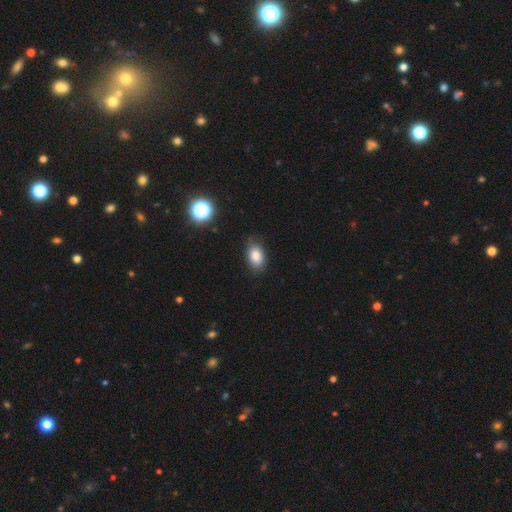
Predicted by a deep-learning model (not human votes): A smooth galaxy with no disk features (84%) that is in between round and cigar-shaped (88%). Merging: none (78%).